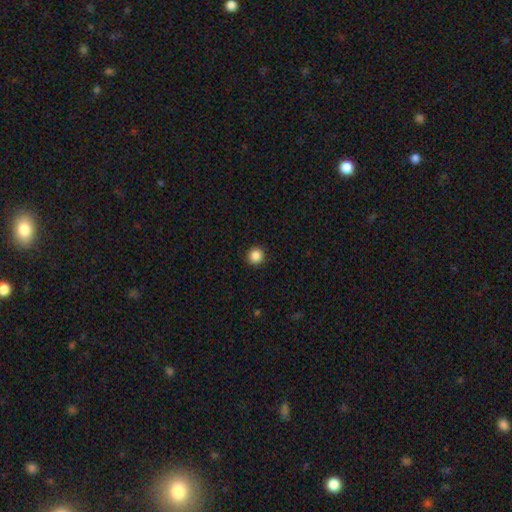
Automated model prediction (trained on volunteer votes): Smooth or featured?
  - smooth: 87% *
  - star or artifact: 10%
  - featured or disk: 3%
How rounded?
  - round: 93% *
  - in between: 6%
  - cigar-shaped: 1%
Merging?
  - none: 93% *
  - minor disturbance: 5%
  - major disturbance: 2%
  - merger: 1%